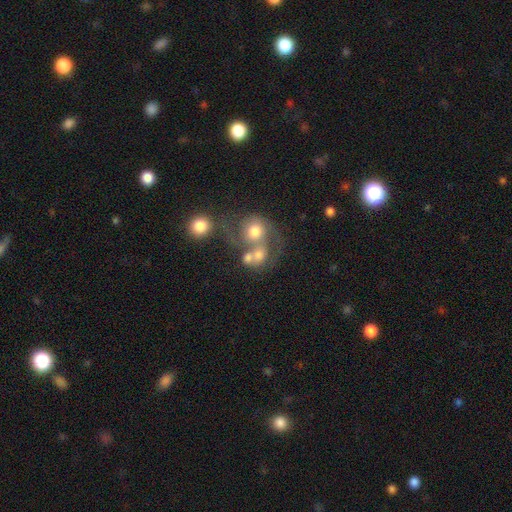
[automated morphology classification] A smooth galaxy with no disk features (53%) that is round (63%). Merging: merger (61%).